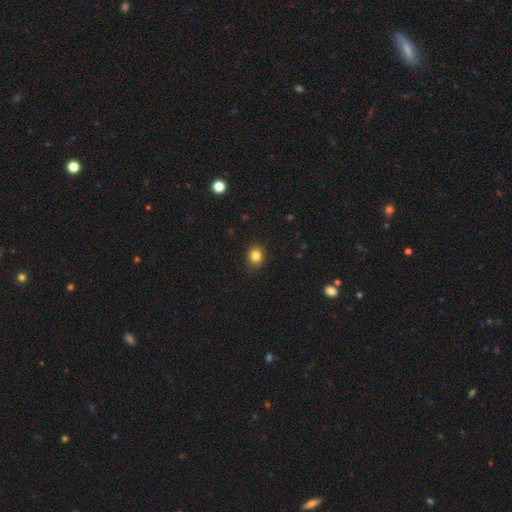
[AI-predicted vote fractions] Smooth or featured?
  - smooth: 83% *
  - star or artifact: 11%
  - featured or disk: 5%
How rounded?
  - round: 63% *
  - in between: 36%
  - cigar-shaped: 1%
Merging?
  - none: 83% *
  - minor disturbance: 14%
  - major disturbance: 2%
  - merger: 1%